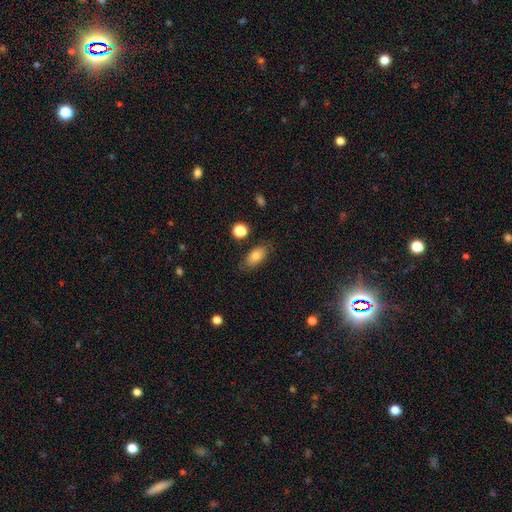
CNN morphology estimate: This appears to be a smooth galaxy with no disk features (81%) that is in between round and cigar-shaped (89%). Merging: none (79%).